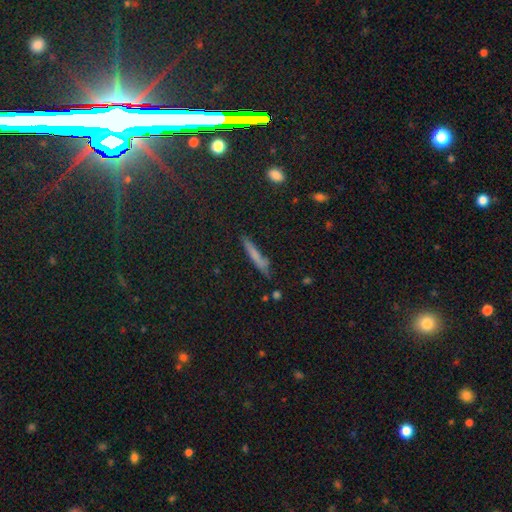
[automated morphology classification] smooth_or_featured: smooth (p=0.63) [alt: featured or disk p=0.25]
how_rounded: cigar-shaped (p=0.91) [alt: in between p=0.06]
merging: none (p=0.72) [alt: minor disturbance p=0.20]